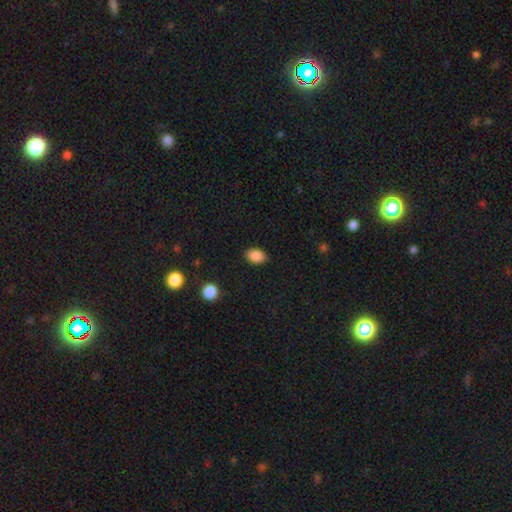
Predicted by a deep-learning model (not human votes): Smooth or featured? Predicted: smooth (p=0.87). How rounded? Predicted: in between (p=0.82). Merging? Predicted: none (p=0.86).